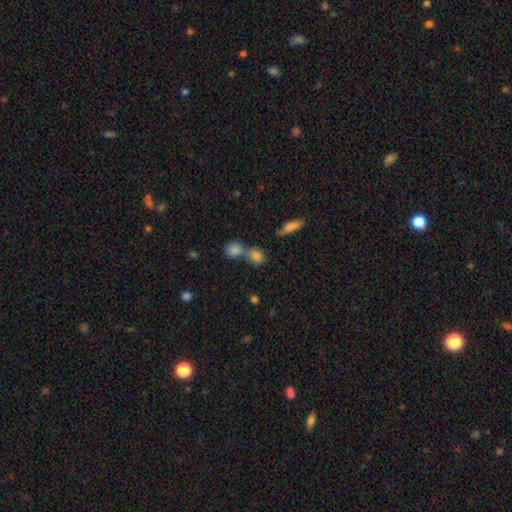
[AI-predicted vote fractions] This is likely a smooth galaxy (68%). How rounded: likely round (68%). Merging: possibly none (52%).